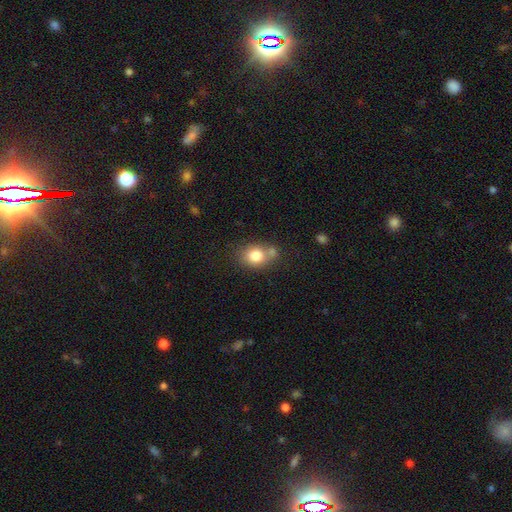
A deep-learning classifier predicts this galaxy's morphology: Q: Smooth or featured?
A: smooth (80%); runner-up: featured or disk (10%)
Q: How rounded?
A: round (52%); runner-up: in between (46%)
Q: Merging?
A: none (54%); runner-up: merger (25%)